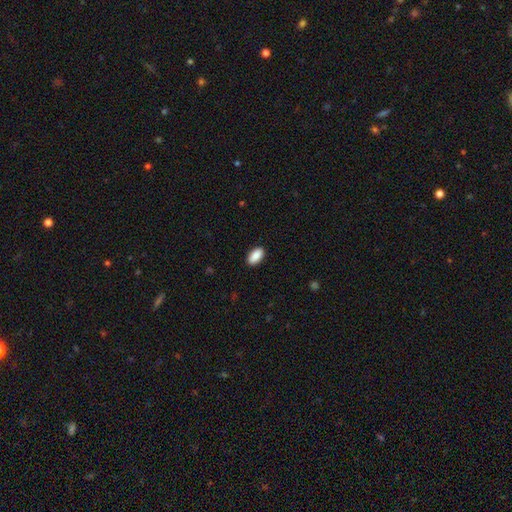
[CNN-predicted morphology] This is clearly a smooth galaxy (90%). How rounded: clearly in between (94%). Merging: clearly none (90%).